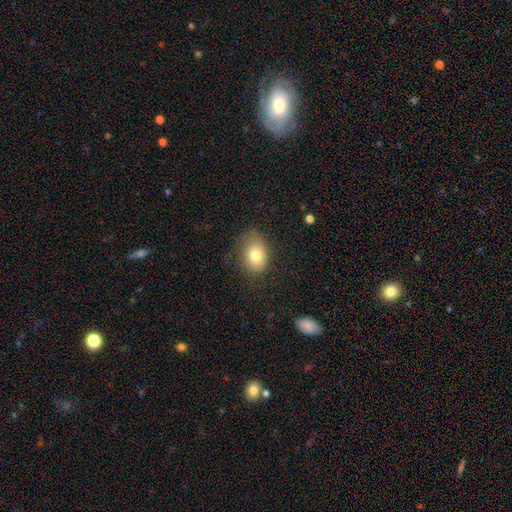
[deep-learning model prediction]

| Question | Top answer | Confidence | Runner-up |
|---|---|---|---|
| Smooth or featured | smooth | 78% | featured or disk (12%) |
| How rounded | in between | 73% | round (26%) |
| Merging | none | 73% | minor disturbance (19%) |